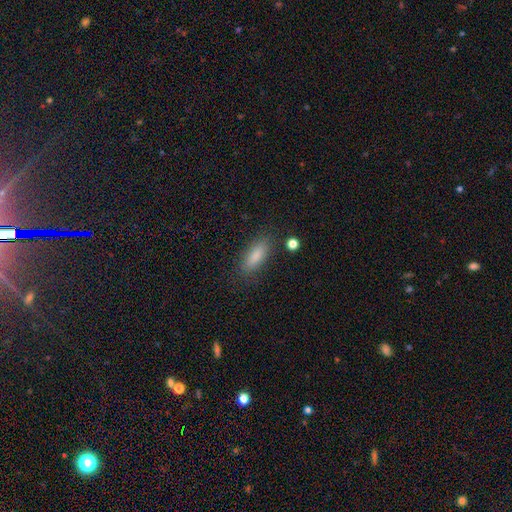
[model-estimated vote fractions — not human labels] Smooth or featured: smooth — 83% (featured or disk — 9%)
How rounded: in between — 67% (cigar-shaped — 31%)
Merging: none — 83% (minor disturbance — 11%)